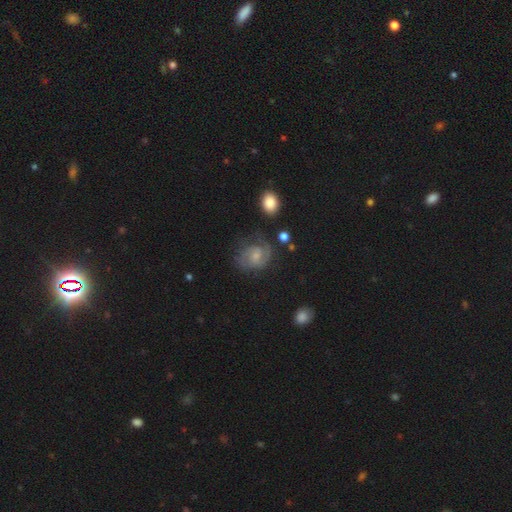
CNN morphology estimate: Q: Smooth or featured?
A: featured or disk (77%); runner-up: smooth (16%)
Q: Edge-on disk?
A: no (98%); runner-up: yes (2%)
Q: Bar?
A: no (53%); runner-up: weak (41%)
Q: Spiral arms?
A: yes (94%); runner-up: no (6%)
Q: Spiral winding?
A: medium (48%); runner-up: tight (38%)
Q: Spiral arm count?
A: 2 (76%); runner-up: can't tell (10%)
Q: Bulge size?
A: small (55%); runner-up: moderate (30%)
Q: Merging?
A: none (64%); runner-up: minor disturbance (21%)